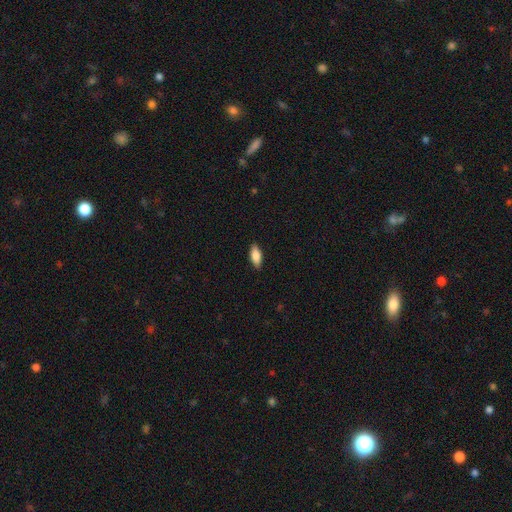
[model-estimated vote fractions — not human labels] This is clearly a smooth galaxy (81%). How rounded: likely in between (80%). Merging: clearly none (87%).